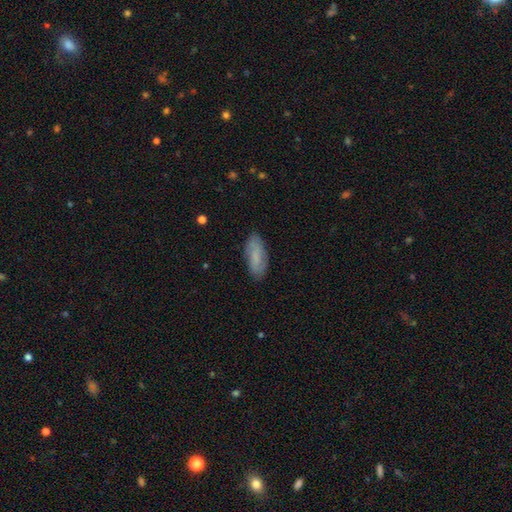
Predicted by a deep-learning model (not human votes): Smooth or featured? Predicted: smooth (p=0.73). How rounded? Predicted: in between (p=0.77). Merging? Predicted: none (p=0.84).